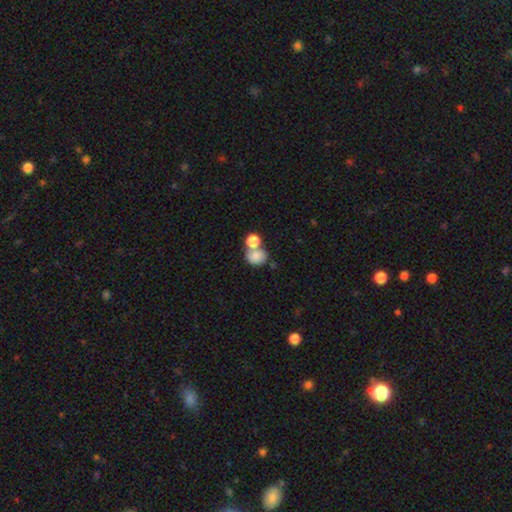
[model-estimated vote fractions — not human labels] Smooth or featured?
  - smooth: 80% *
  - featured or disk: 10%
  - star or artifact: 10%
How rounded?
  - round: 64% *
  - in between: 34%
  - cigar-shaped: 1%
Merging?
  - merger: 45% *
  - none: 39%
  - minor disturbance: 10%
  - major disturbance: 5%